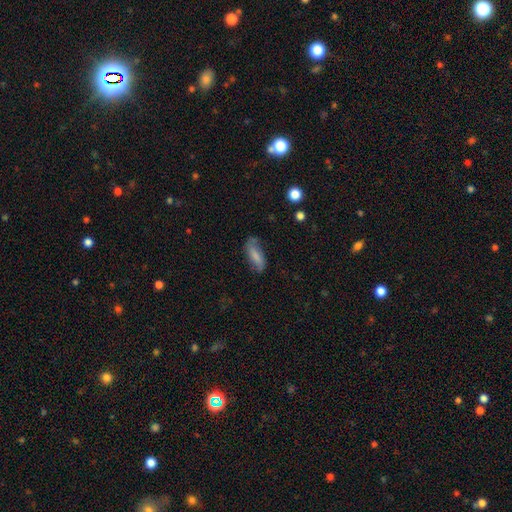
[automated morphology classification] Smooth or featured: smooth — 69% (featured or disk — 24%)
How rounded: in between — 69% (cigar-shaped — 28%)
Merging: none — 67% (minor disturbance — 23%)